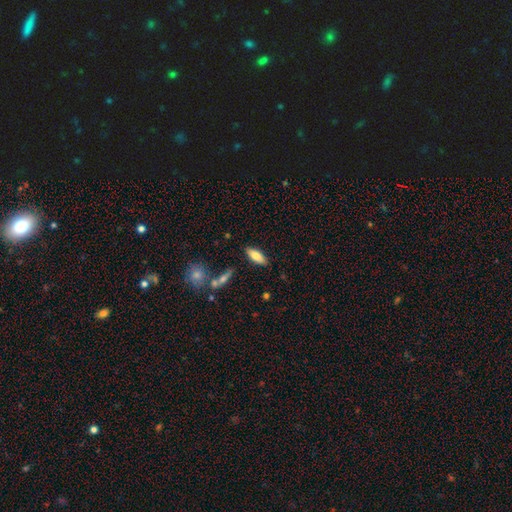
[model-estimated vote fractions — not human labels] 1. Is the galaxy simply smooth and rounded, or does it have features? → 72% smooth, 21% featured or disk, 7% star or artifact.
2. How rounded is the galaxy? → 72% in between, 25% cigar-shaped, 2% round.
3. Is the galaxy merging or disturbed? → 84% none, 10% minor disturbance, 3% merger, 3% major disturbance.